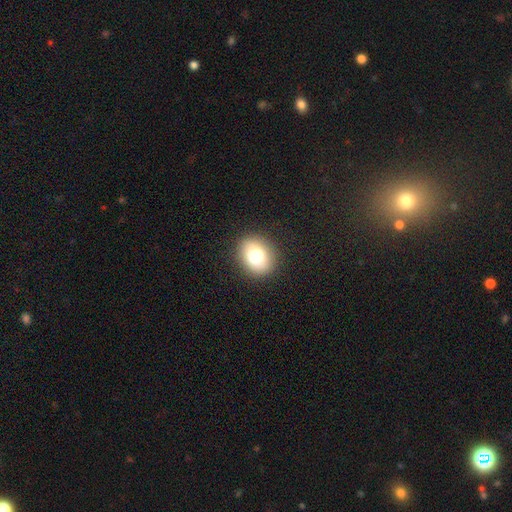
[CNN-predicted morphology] smooth 78%, featured or disk 13%, star or artifact 9%. Down the decision tree: how rounded — round (55%); merging — none (89%).